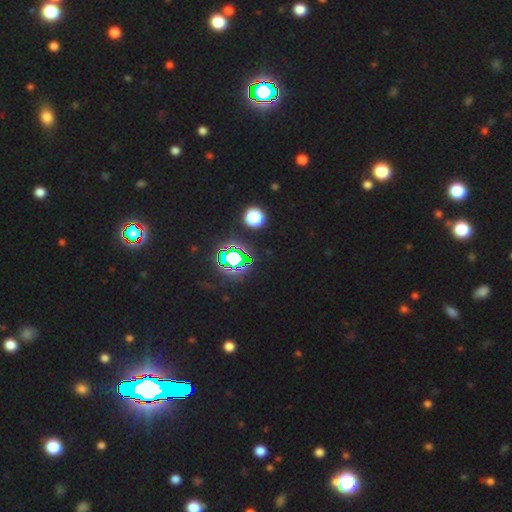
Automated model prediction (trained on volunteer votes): Morphology: type=star or artifact (81%).